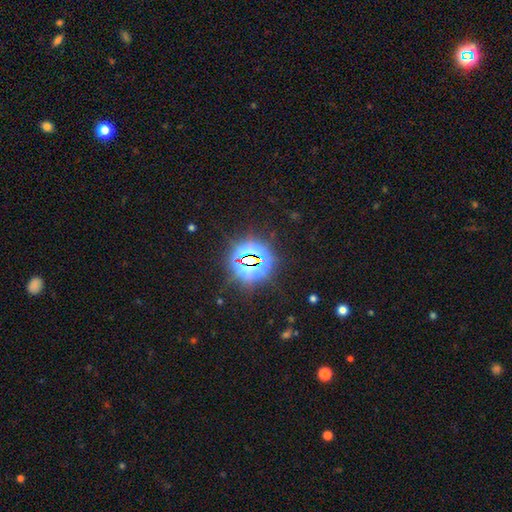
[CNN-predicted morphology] Q: Smooth or featured?
A: star or artifact (81%); runner-up: smooth (11%)